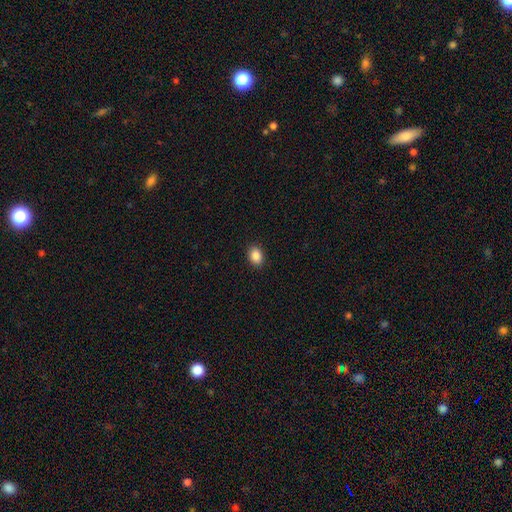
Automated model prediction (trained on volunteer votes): Overall: smooth (87%). How rounded: in between (72%). Merging: none (90%).